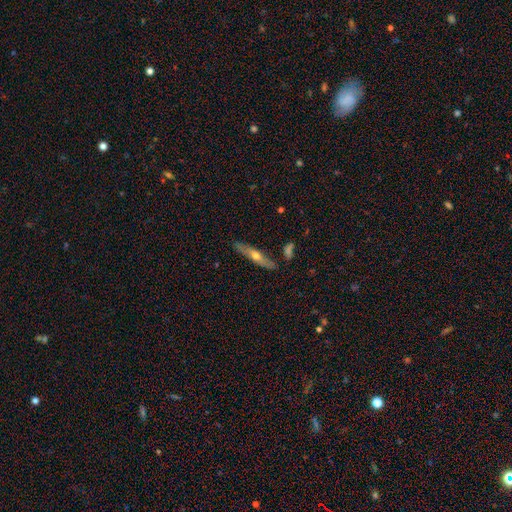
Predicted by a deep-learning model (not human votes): Smooth or featured: featured or disk — 60% (smooth — 34%)
Edge-on disk: yes — 88% (no — 12%)
Edge-on bulge: rounded — 89% (none — 9%)
Merging: none — 84% (minor disturbance — 10%)